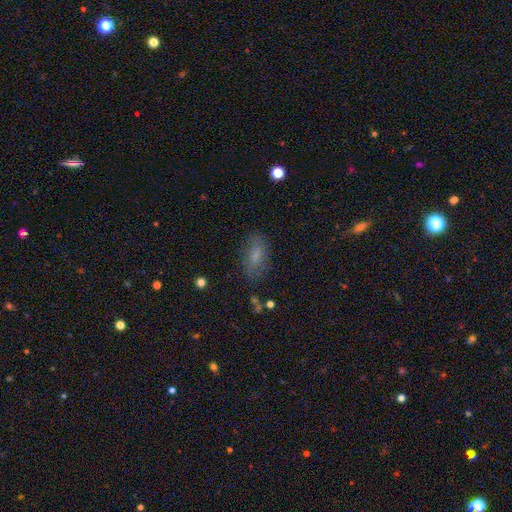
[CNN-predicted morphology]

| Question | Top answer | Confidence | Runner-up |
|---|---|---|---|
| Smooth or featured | smooth | 71% | featured or disk (18%) |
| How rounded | in between | 85% | cigar-shaped (10%) |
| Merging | none | 76% | minor disturbance (16%) |